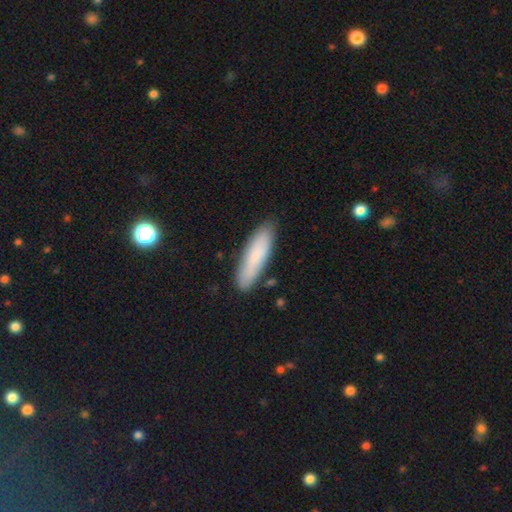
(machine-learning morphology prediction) smooth 81%, featured or disk 13%, star or artifact 6%. Down the decision tree: how rounded — cigar-shaped (69%); merging — none (86%).